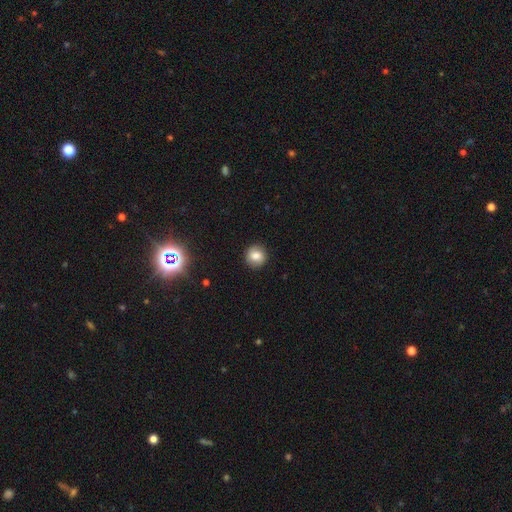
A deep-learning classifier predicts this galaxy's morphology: The model was most divided on "smooth or featured": smooth: 79%, star or artifact: 11%, featured or disk: 9%. More confident: how rounded — round (91%); merging — none (90%).